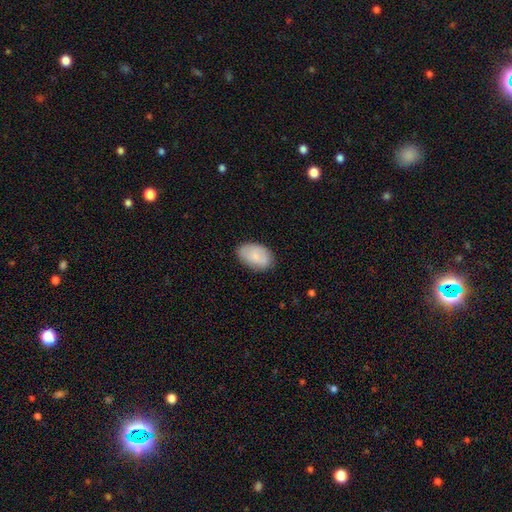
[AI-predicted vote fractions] Smooth or featured: smooth — 81% (featured or disk — 13%)
How rounded: in between — 92% (round — 7%)
Merging: none — 82% (minor disturbance — 14%)